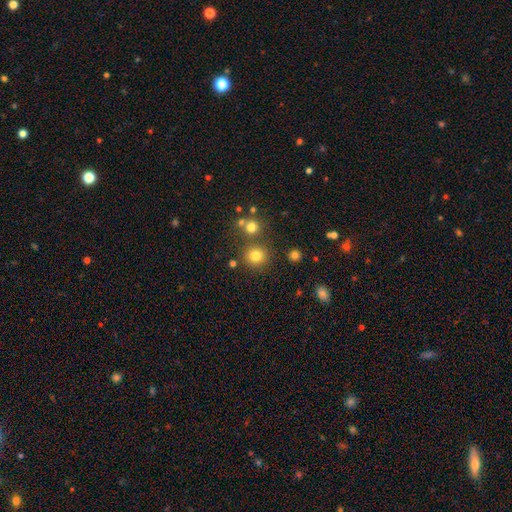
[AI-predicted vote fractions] Overall: smooth (79%). How rounded: round (90%). Merging: none (79%).